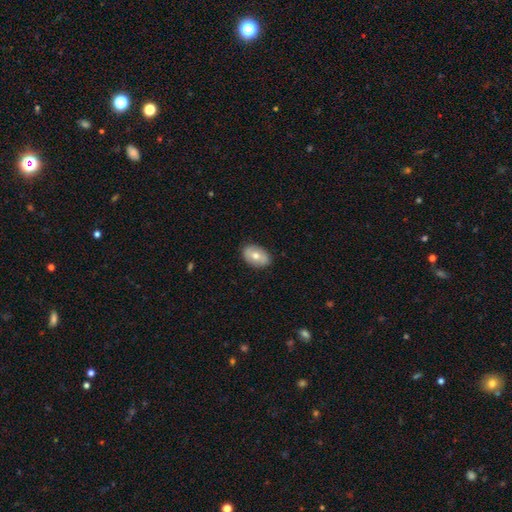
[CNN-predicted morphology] smooth_or_featured: smooth (p=0.65) [alt: featured or disk p=0.28]
how_rounded: in between (p=0.87) [alt: round p=0.11]
merging: none (p=0.86) [alt: minor disturbance p=0.11]